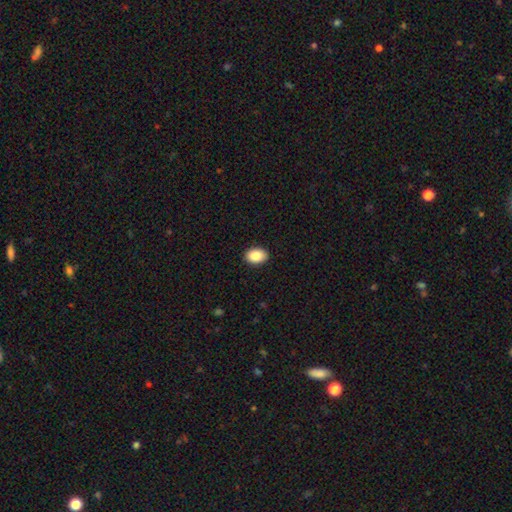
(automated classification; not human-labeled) Morphology: type=smooth (87%); roundness=in between (80%); merging=none (90%).